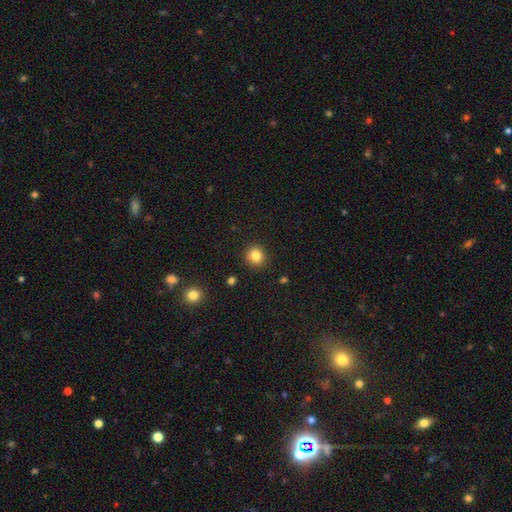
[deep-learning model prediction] smooth_or_featured: smooth (p=0.84) [alt: star or artifact p=0.11]
how_rounded: round (p=0.87) [alt: in between p=0.12]
merging: none (p=0.90) [alt: minor disturbance p=0.06]